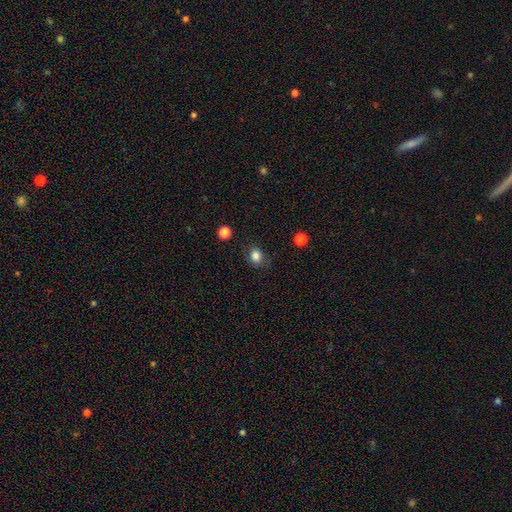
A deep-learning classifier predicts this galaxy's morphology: The model was most divided on "how rounded": round: 62%, in between: 37%, cigar-shaped: 1%. More confident: smooth or featured — smooth (84%); merging — none (79%).